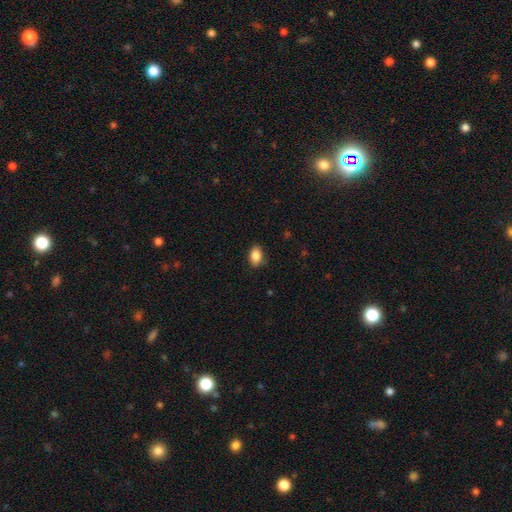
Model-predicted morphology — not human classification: smooth-or-featured: smooth: 86% | star or artifact: 8% | featured or disk: 6%
  how-rounded: in between: 86% | round: 13% | cigar-shaped: 2%
  merging: none: 83% | minor disturbance: 14% | major disturbance: 3% | merger: 1%